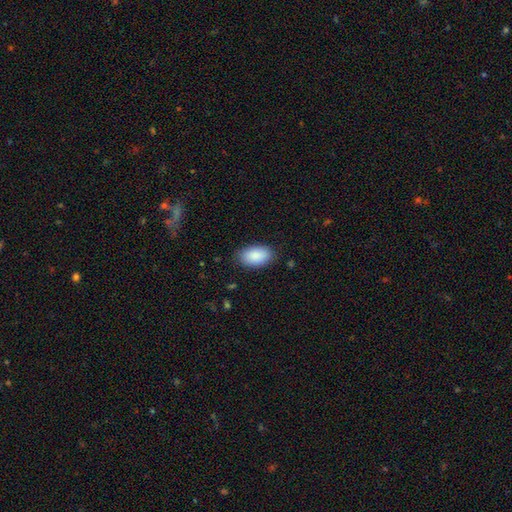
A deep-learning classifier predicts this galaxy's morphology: This appears to be a smooth galaxy with no disk features (89%) that is in between round and cigar-shaped (94%). Merging: none (84%).